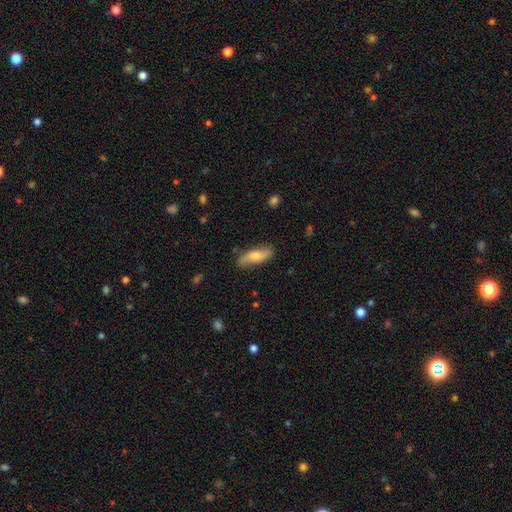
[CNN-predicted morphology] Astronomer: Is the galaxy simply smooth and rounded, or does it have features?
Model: smooth — 51% (runner-up: featured or disk, 43%).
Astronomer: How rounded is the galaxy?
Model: in between — 51% (runner-up: cigar-shaped, 46%).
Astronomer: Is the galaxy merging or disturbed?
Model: none — 83%.